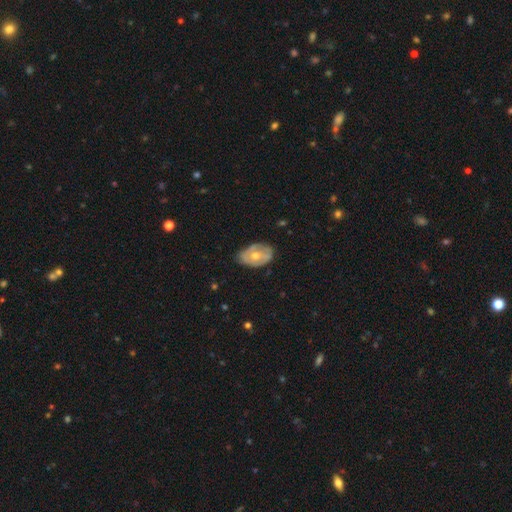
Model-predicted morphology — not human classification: Q: Smooth or featured?
A: featured or disk (50%); runner-up: smooth (44%)
Q: Merging?
A: none (59%); runner-up: minor disturbance (32%)